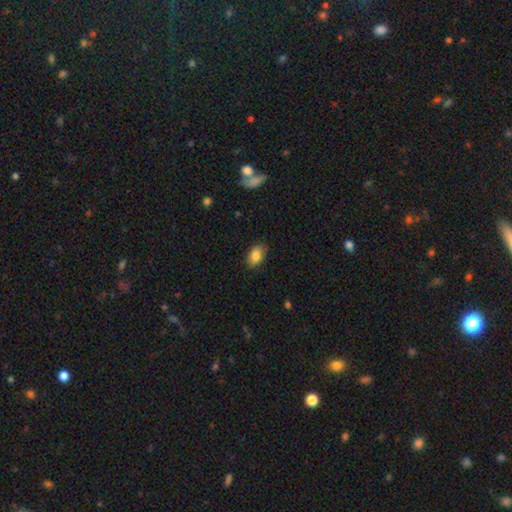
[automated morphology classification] smooth-or-featured: smooth: 85% | star or artifact: 8% | featured or disk: 8%
  how-rounded: in between: 89% | round: 10% | cigar-shaped: 2%
  merging: none: 84% | minor disturbance: 12% | major disturbance: 2% | merger: 1%